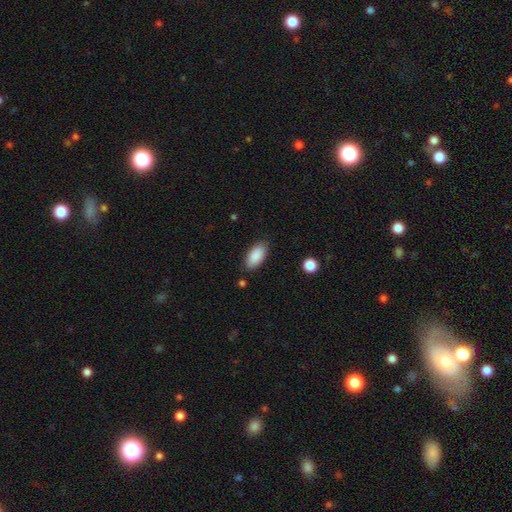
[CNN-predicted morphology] Q: Smooth or featured?
A: smooth (89%); runner-up: star or artifact (6%)
Q: How rounded?
A: in between (93%); runner-up: cigar-shaped (5%)
Q: Merging?
A: none (84%); runner-up: minor disturbance (12%)